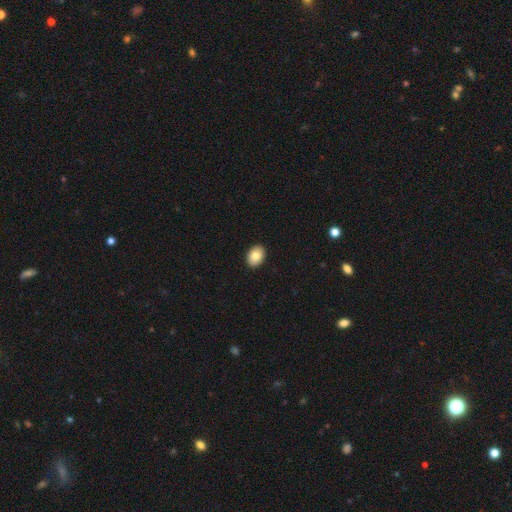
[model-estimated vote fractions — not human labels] A smooth galaxy with no disk features (81%) that is in between round and cigar-shaped (74%). Merging: none (92%).